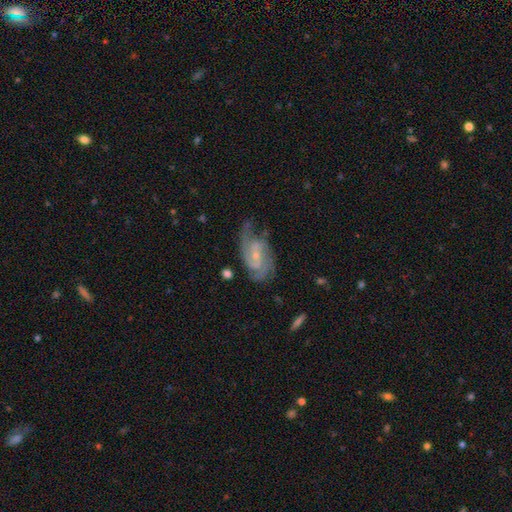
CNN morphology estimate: The model was most divided on "bar": no: 45%, weak: 43%, strong: 11%. Remaining: edge-on disk — no (97%); spiral arms — yes (97%); smooth or featured — featured or disk (86%); bulge size — small (72%); merging — none (64%); spiral arm count — 2 (50%); spiral winding — medium (46%).